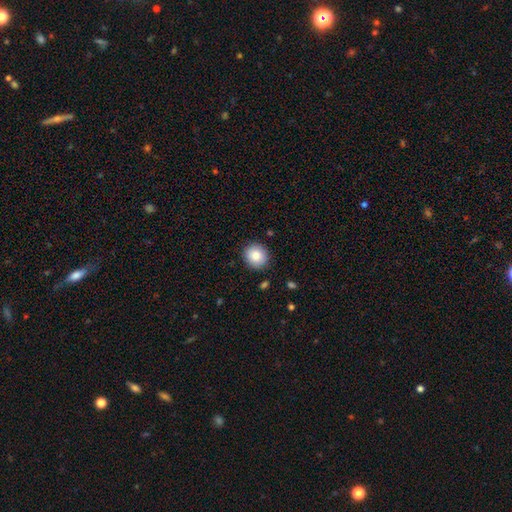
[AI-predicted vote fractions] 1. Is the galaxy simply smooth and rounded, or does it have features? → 85% smooth, 8% star or artifact, 6% featured or disk.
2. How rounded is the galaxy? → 87% round, 12% in between, 1% cigar-shaped.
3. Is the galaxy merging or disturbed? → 89% none, 8% minor disturbance, 2% major disturbance, 1% merger.